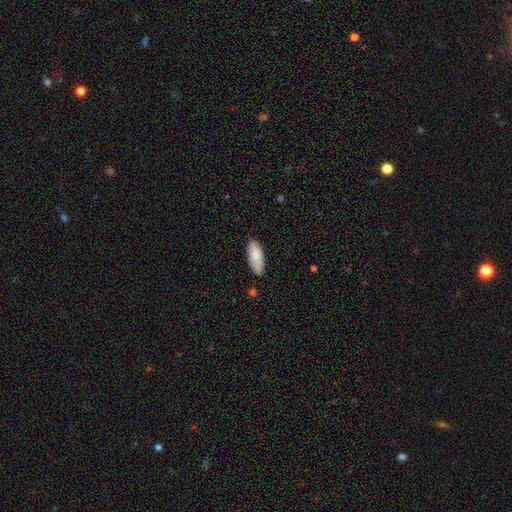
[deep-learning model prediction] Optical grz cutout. It shows a smooth galaxy with no disk features (86%) that is in between round and cigar-shaped (73%). Merging: none (81%).